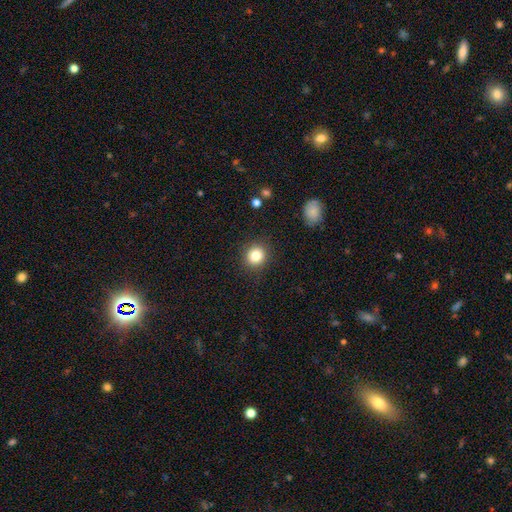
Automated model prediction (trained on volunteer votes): A smooth galaxy with no disk features (83%) that is round (87%). Merging: none (89%).